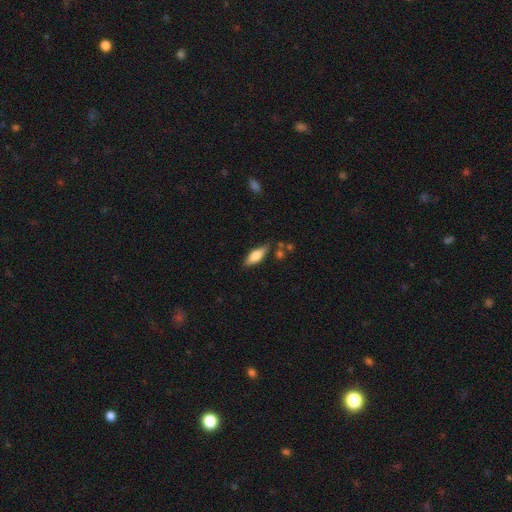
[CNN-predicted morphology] Q: Smooth or featured?
A: smooth (53%); runner-up: featured or disk (40%)
Q: How rounded?
A: in between (59%); runner-up: cigar-shaped (38%)
Q: Merging?
A: none (77%); runner-up: minor disturbance (15%)